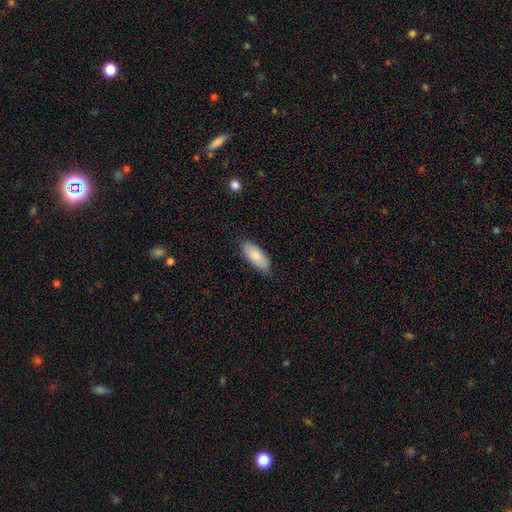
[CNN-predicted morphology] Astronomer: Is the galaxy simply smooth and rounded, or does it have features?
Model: smooth — 86%.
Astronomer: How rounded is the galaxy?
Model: in between — 81%.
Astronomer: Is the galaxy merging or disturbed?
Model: none — 84%.